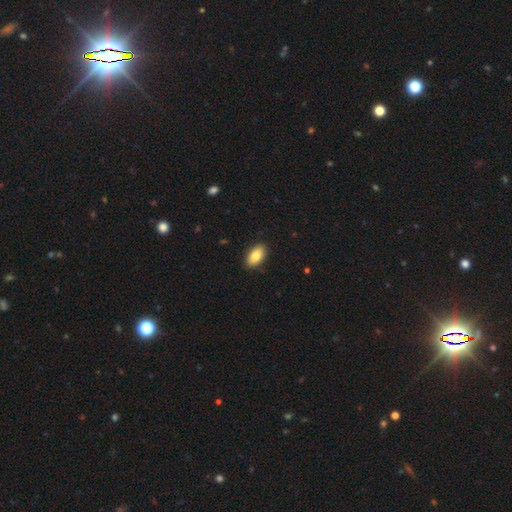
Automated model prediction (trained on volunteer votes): A smooth galaxy with no disk features (84%) that is in between round and cigar-shaped (94%).

Vote fractions:
- Smooth or featured? smooth: 84% / featured or disk: 10% / star or artifact: 7%
- How rounded? in between: 94% / round: 4% / cigar-shaped: 3%
- Merging? none: 89% / minor disturbance: 8% / major disturbance: 2% / merger: 1%